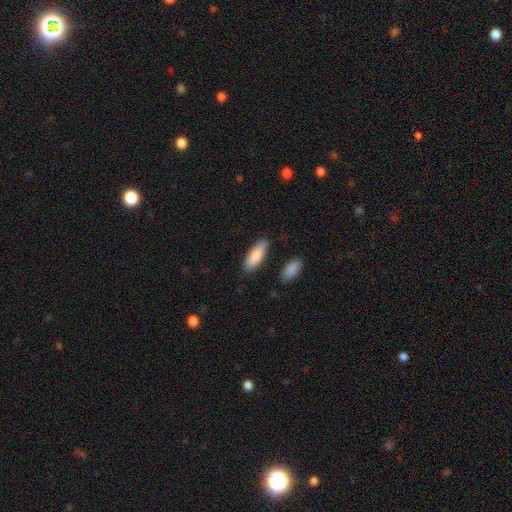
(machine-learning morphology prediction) Smooth or featured?
  - smooth: 86% *
  - featured or disk: 9%
  - star or artifact: 5%
How rounded?
  - in between: 61% *
  - cigar-shaped: 37%
  - round: 2%
Merging?
  - none: 85% *
  - minor disturbance: 10%
  - merger: 3%
  - major disturbance: 2%